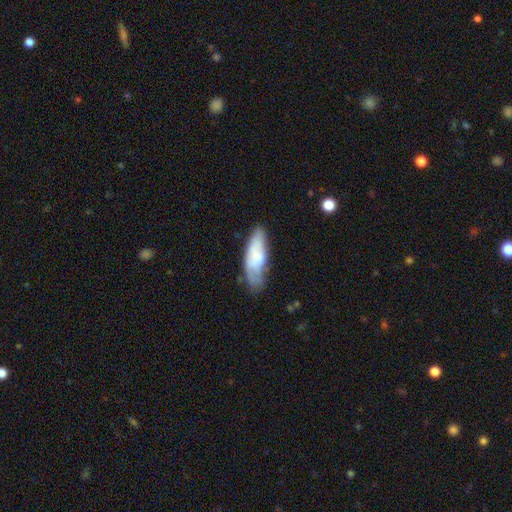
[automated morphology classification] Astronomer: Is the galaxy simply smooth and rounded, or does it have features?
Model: smooth — 63%.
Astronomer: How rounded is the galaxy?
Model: in between — 66%.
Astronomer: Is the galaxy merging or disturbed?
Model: none — 54% (runner-up: minor disturbance, 32%).